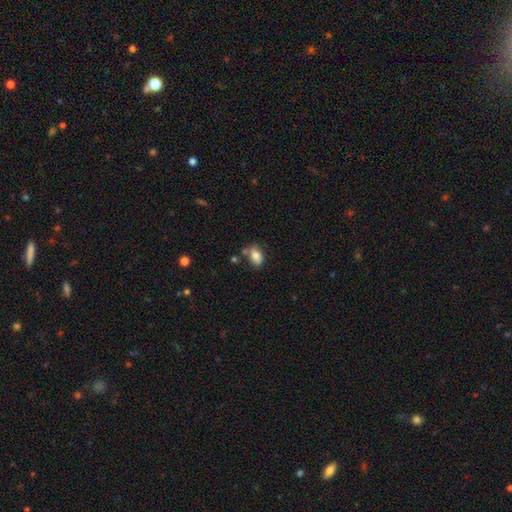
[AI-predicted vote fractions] Smooth or featured? smooth (78%)
How rounded? in between (85%)
Merging? none (59%)